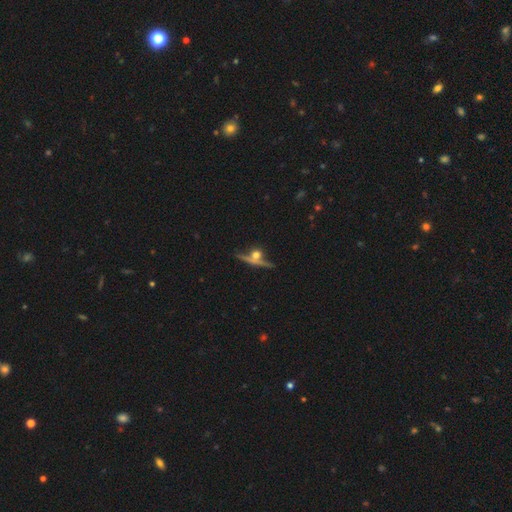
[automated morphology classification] Smooth or featured? featured or disk (50%)
Edge-on disk? yes (74%)
Merging? none (58%)